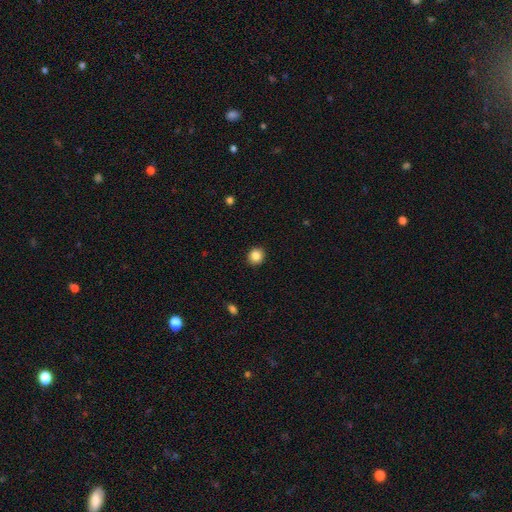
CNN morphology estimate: smooth-or-featured: smooth: 86% | star or artifact: 10% | featured or disk: 5%
  how-rounded: round: 87% | in between: 12% | cigar-shaped: 1%
  merging: none: 92% | minor disturbance: 5% | major disturbance: 2% | merger: 1%